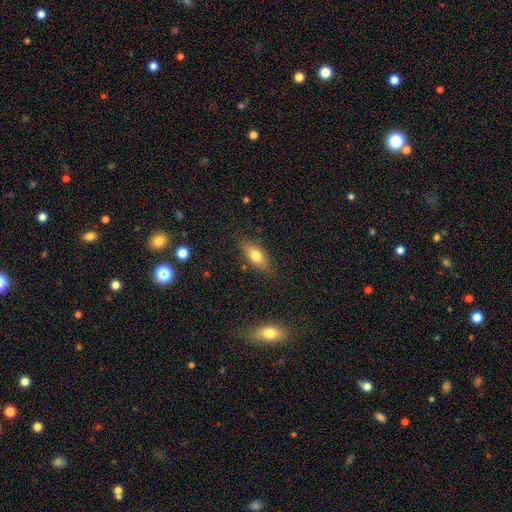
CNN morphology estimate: Smooth or featured?
  - smooth: 74% *
  - featured or disk: 18%
  - star or artifact: 8%
How rounded?
  - in between: 81% *
  - cigar-shaped: 15%
  - round: 5%
Merging?
  - none: 82% *
  - minor disturbance: 13%
  - major disturbance: 3%
  - merger: 2%